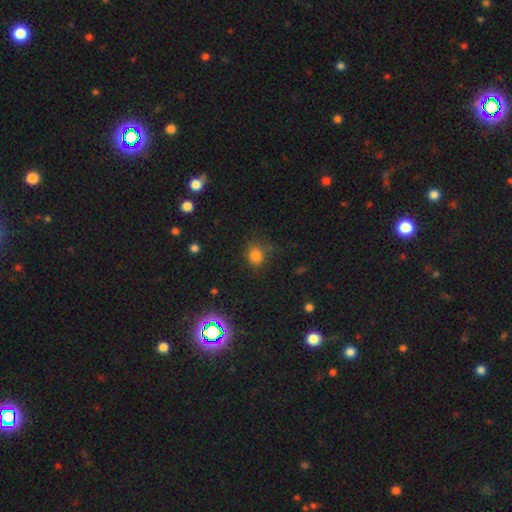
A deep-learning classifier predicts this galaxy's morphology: smooth 78%, star or artifact 17%, featured or disk 5%. Down the decision tree: how rounded — round (78%); merging — none (75%).